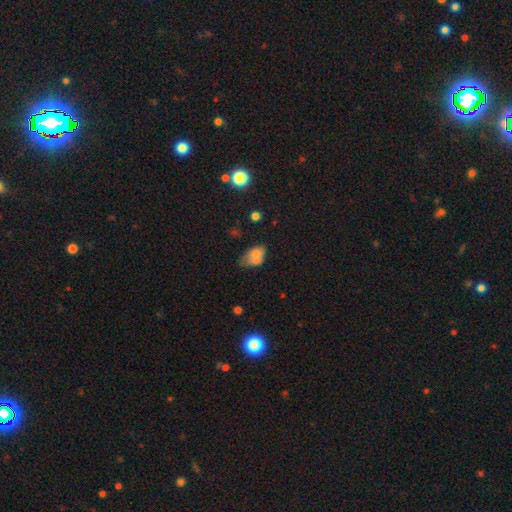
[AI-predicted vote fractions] This appears to be a smooth galaxy with no disk features (66%) that is in between round and cigar-shaped (86%). Merging: none (32%).